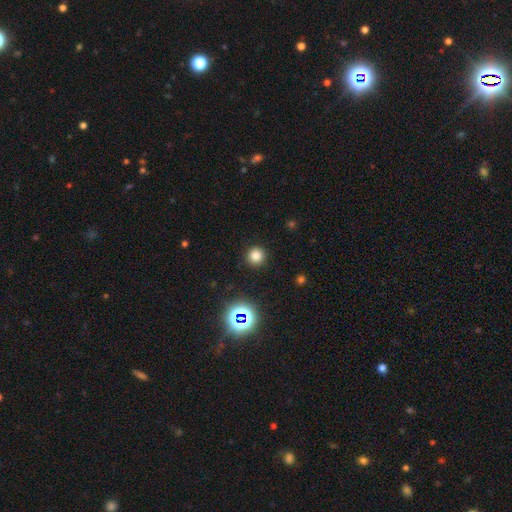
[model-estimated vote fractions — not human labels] Morphology: type=smooth (77%); roundness=round (94%); merging=none (91%).